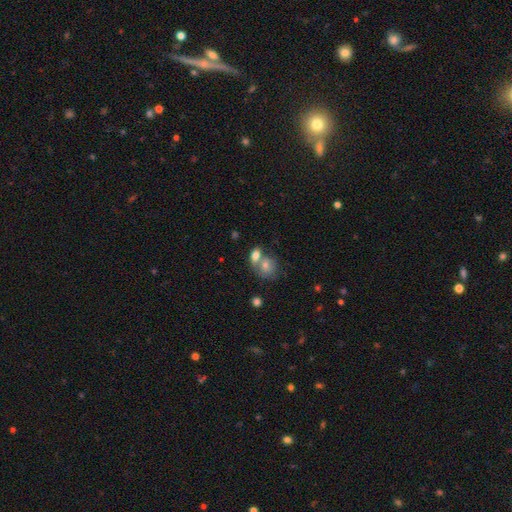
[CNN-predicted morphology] The model was most divided on "merging": merger: 57%, none: 31%, minor disturbance: 8%, major disturbance: 4%. More confident: smooth or featured — smooth (75%); how rounded — in between (67%).